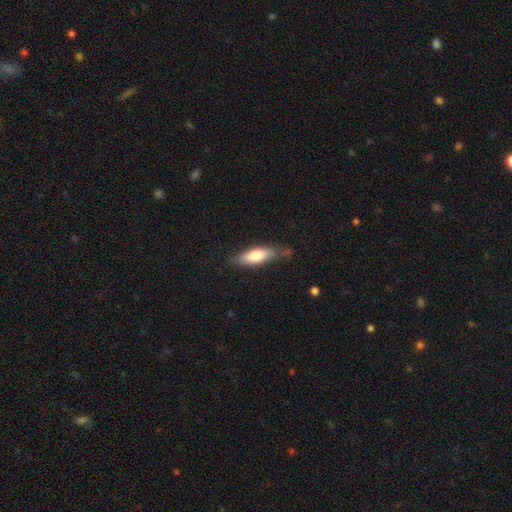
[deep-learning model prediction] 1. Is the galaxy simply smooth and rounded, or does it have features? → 72% smooth, 23% featured or disk, 6% star or artifact.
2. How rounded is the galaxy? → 52% in between, 46% cigar-shaped, 2% round.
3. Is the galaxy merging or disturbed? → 71% none, 21% minor disturbance, 5% major disturbance, 3% merger.